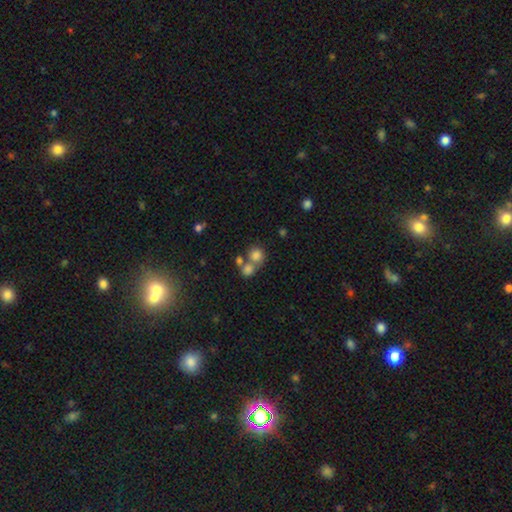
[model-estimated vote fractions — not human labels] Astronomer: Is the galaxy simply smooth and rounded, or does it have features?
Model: smooth — 75%.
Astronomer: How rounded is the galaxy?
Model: round — 81%.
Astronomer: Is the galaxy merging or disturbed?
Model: merger — 48% (runner-up: none, 39%).